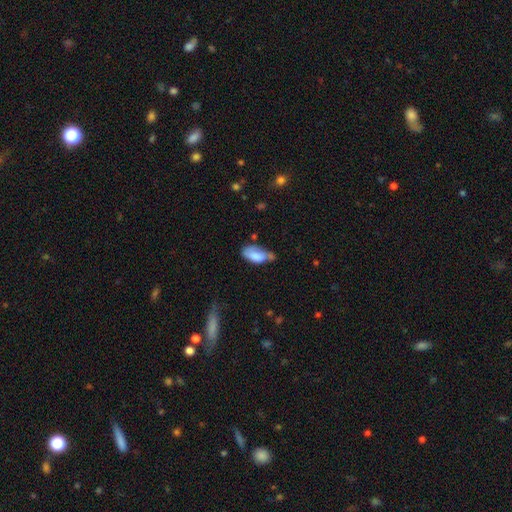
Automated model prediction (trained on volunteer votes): Smooth or featured? Predicted: smooth (p=0.74). How rounded? Predicted: in between (p=0.89). Merging? Predicted: minor disturbance (p=0.41).